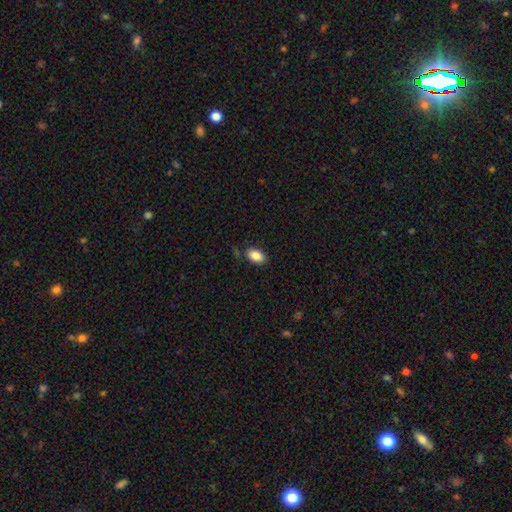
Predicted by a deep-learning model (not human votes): Smooth or featured?
  - smooth: 86% *
  - star or artifact: 8%
  - featured or disk: 6%
How rounded?
  - in between: 91% *
  - round: 7%
  - cigar-shaped: 2%
Merging?
  - none: 81% *
  - minor disturbance: 13%
  - major disturbance: 3%
  - merger: 3%